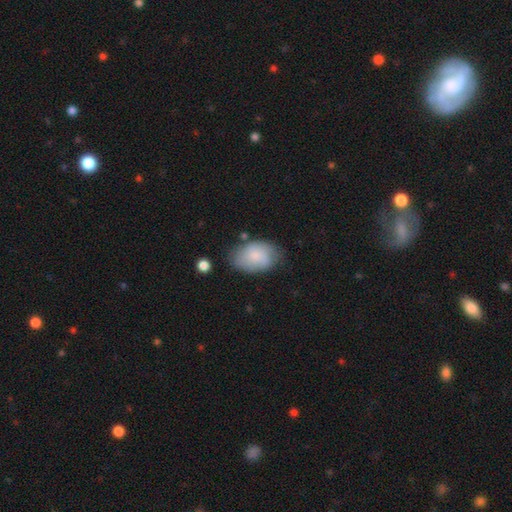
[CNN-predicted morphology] Smooth or featured? Predicted: smooth (p=0.76). How rounded? Predicted: in between (p=0.88). Merging? Predicted: none (p=0.63).